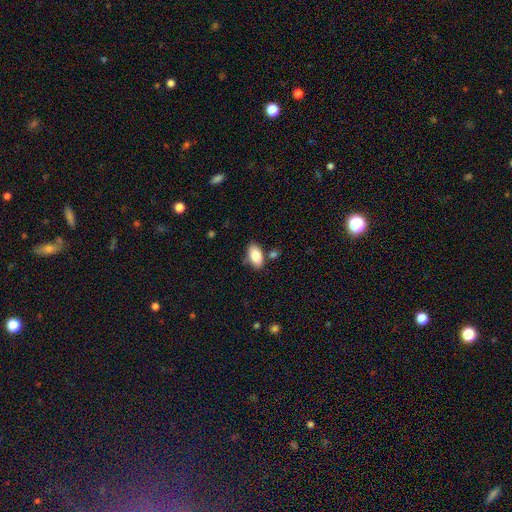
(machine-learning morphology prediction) smooth 84%, featured or disk 9%, star or artifact 7%. Down the decision tree: how rounded — in between (94%); merging — none (77%).